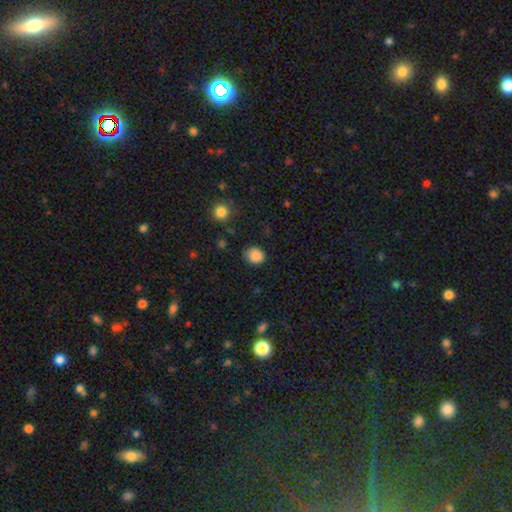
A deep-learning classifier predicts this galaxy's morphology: The model was most divided on "how rounded": round: 71%, in between: 28%, cigar-shaped: 1%. More confident: smooth or featured — smooth (86%); merging — none (78%).